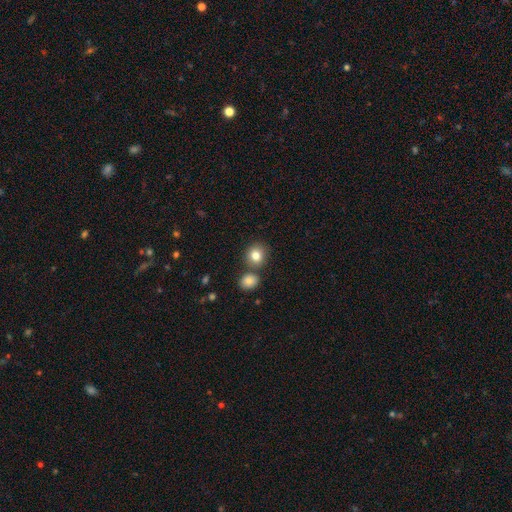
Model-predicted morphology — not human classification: The model was most divided on "merging": none: 70%, merger: 19%, minor disturbance: 9%, major disturbance: 3%. More confident: smooth or featured — smooth (82%); how rounded — round (80%).